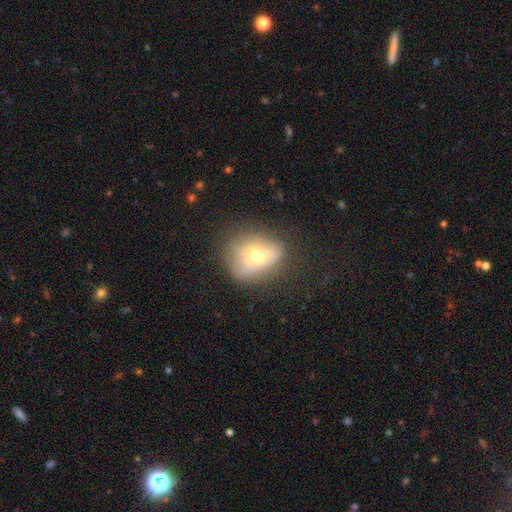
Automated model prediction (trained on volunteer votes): Overall: smooth (54%; featured or disk 35%). How rounded: round (58%; in between 40%). Merging: merger (52%; none 28%).